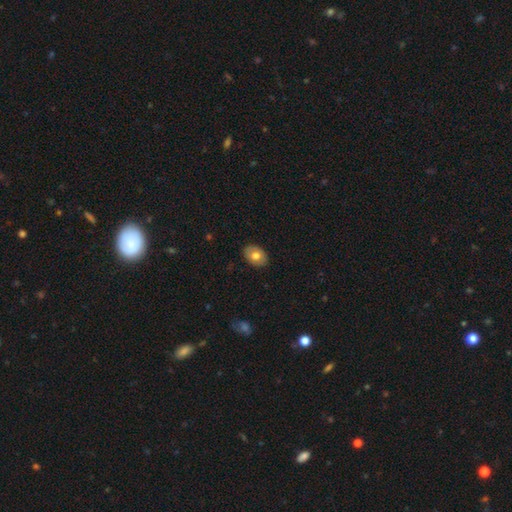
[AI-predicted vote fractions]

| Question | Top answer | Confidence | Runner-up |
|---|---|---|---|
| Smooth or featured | smooth | 72% | featured or disk (21%) |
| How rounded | in between | 77% | round (22%) |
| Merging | none | 87% | minor disturbance (10%) |